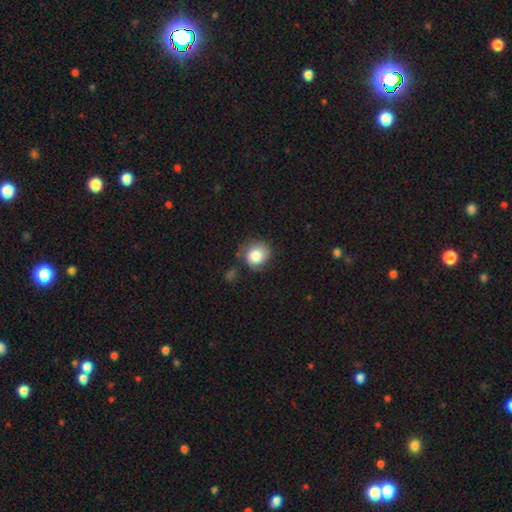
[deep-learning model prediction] This appears to be a smooth galaxy with no disk features (82%) that is round (81%). Merging: none (64%).